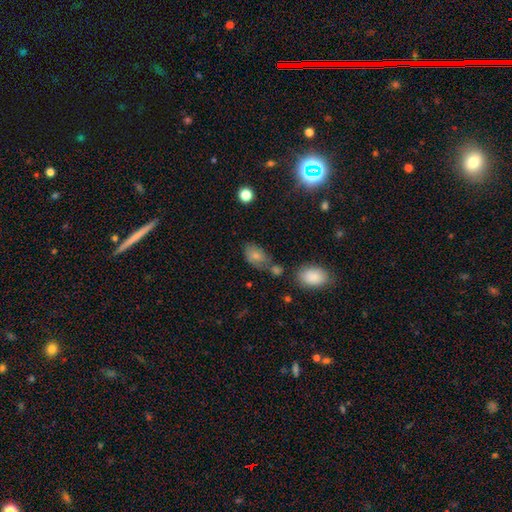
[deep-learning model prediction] smooth-or-featured: smooth: 74% | featured or disk: 17% | star or artifact: 10%
  how-rounded: in between: 87% | round: 12% | cigar-shaped: 2%
  merging: none: 49% | minor disturbance: 22% | merger: 20% | major disturbance: 9%